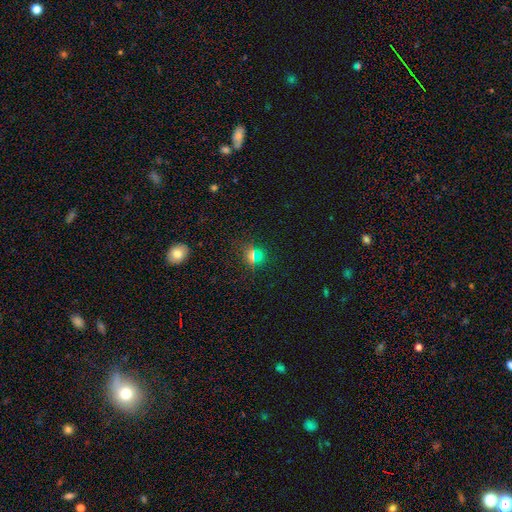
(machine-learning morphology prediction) Smooth or featured? smooth (56%)
How rounded? round (80%)
Merging? none (83%)